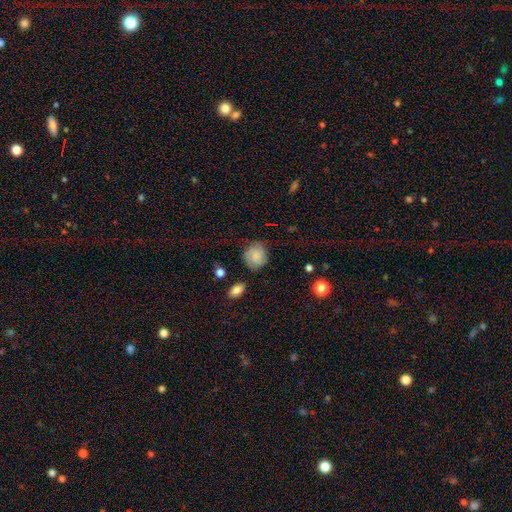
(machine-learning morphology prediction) Smooth or featured? smooth (70%)
How rounded? round (75%)
Merging? none (72%)